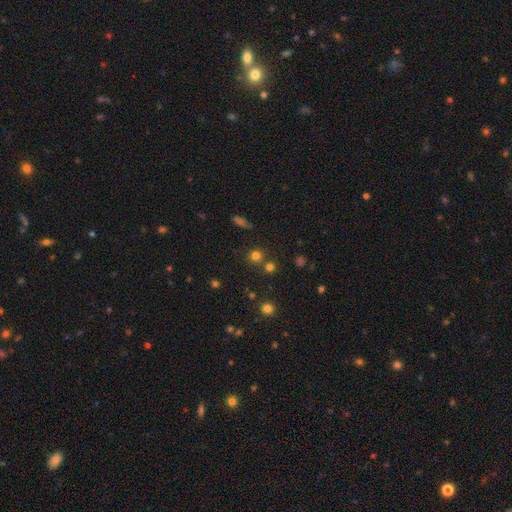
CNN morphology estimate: Smooth or featured? smooth (70%)
How rounded? round (91%)
Merging? none (69%)